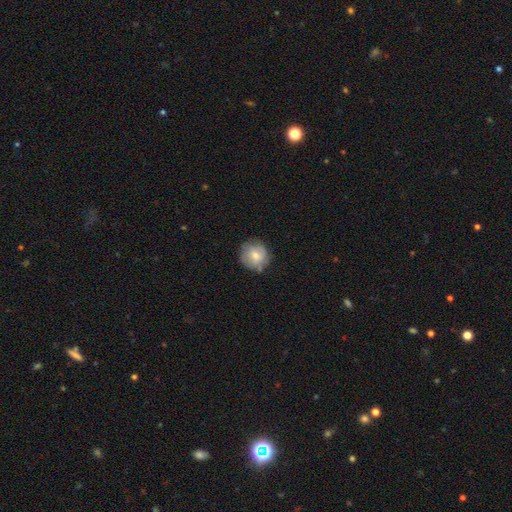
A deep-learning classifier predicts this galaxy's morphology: The model was most divided on "smooth or featured": smooth: 66%, featured or disk: 27%, star or artifact: 8%. More confident: how rounded — round (90%); merging — none (75%).